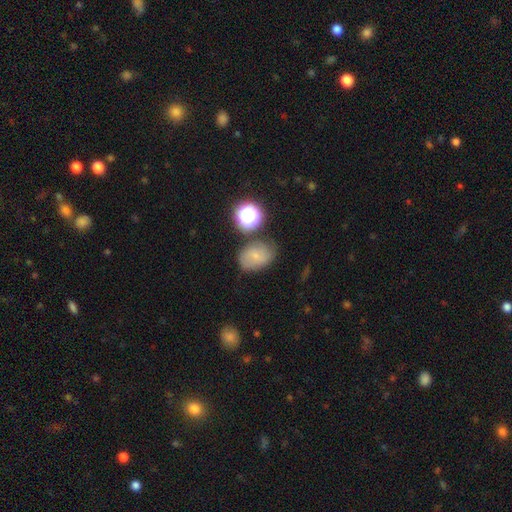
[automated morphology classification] A smooth galaxy with no disk features (58%) that is in between round and cigar-shaped (64%). Merging: none (65%).